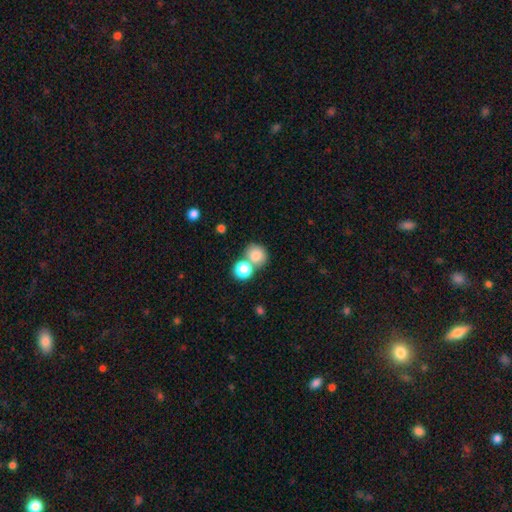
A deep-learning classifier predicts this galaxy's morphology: Smooth or featured?
  - smooth: 81% *
  - star or artifact: 11%
  - featured or disk: 8%
How rounded?
  - round: 79% *
  - in between: 20%
  - cigar-shaped: 1%
Merging?
  - none: 50% *
  - merger: 38%
  - minor disturbance: 8%
  - major disturbance: 3%